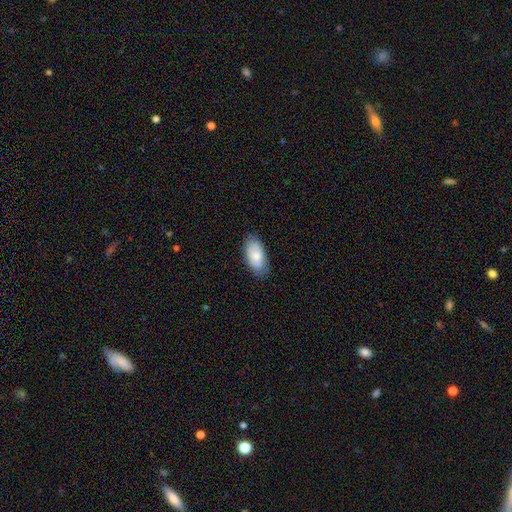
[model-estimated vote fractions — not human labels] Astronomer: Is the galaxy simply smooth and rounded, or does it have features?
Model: smooth — 75%.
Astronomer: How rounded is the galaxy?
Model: in between — 94%.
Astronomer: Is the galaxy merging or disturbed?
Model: none — 79%.